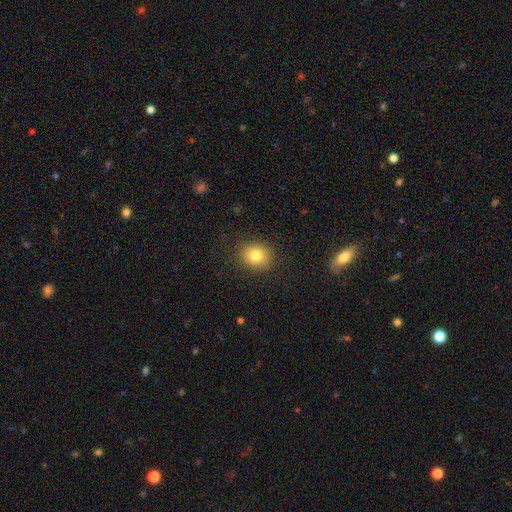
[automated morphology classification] Smooth or featured: smooth — 81% (star or artifact — 11%)
How rounded: round — 66% (in between — 33%)
Merging: none — 87% (minor disturbance — 9%)